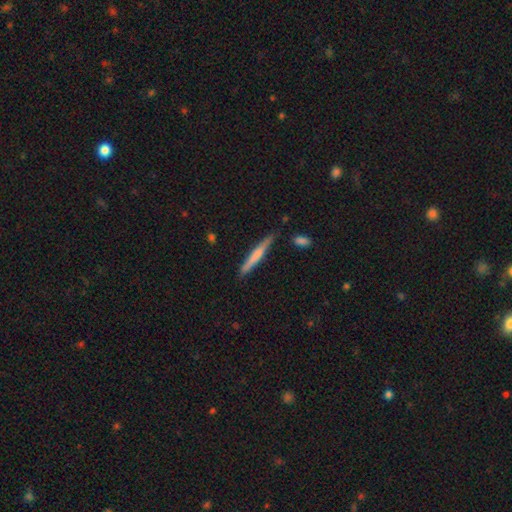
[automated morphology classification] Smooth or featured? smooth (59%)
How rounded? cigar-shaped (96%)
Merging? none (82%)